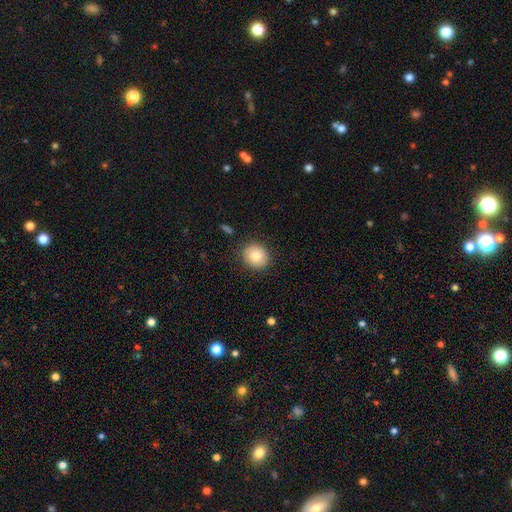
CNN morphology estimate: Q: Smooth or featured?
A: smooth (82%); runner-up: featured or disk (9%)
Q: How rounded?
A: round (79%); runner-up: in between (20%)
Q: Merging?
A: none (88%); runner-up: minor disturbance (8%)